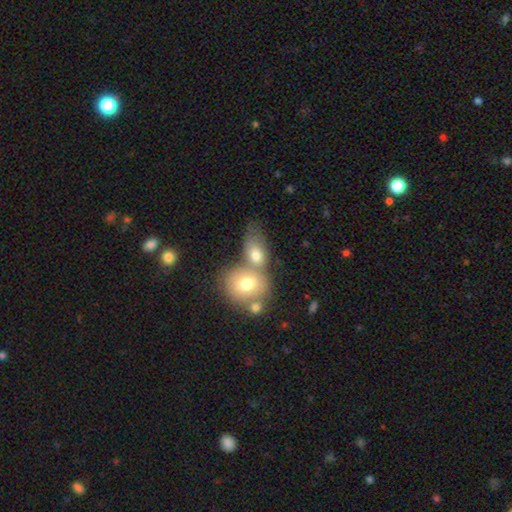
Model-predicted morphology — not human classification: Q: Smooth or featured?
A: smooth (71%); runner-up: featured or disk (20%)
Q: How rounded?
A: in between (65%); runner-up: round (32%)
Q: Merging?
A: merger (60%); runner-up: none (25%)